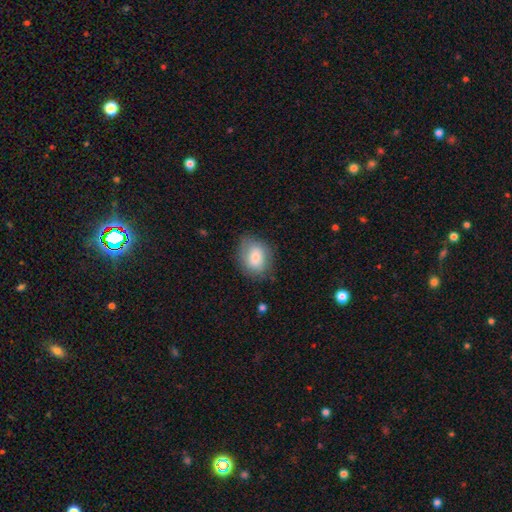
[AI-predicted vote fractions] A smooth galaxy with no disk features (79%) that is in between round and cigar-shaped (65%). Merging: none (74%).